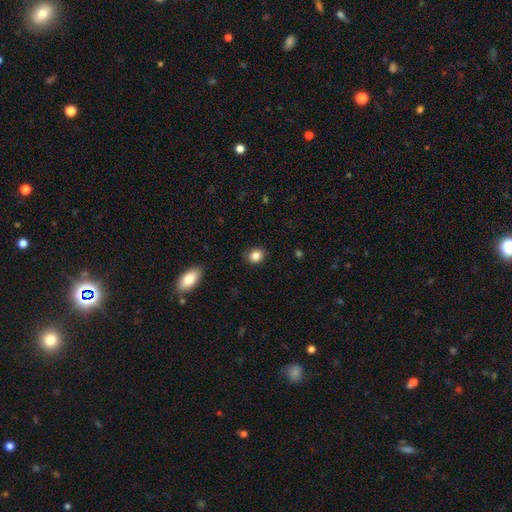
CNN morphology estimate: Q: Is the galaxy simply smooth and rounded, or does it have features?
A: smooth — 85%.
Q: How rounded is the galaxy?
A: in between — 50%.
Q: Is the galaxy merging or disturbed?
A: none — 86%.